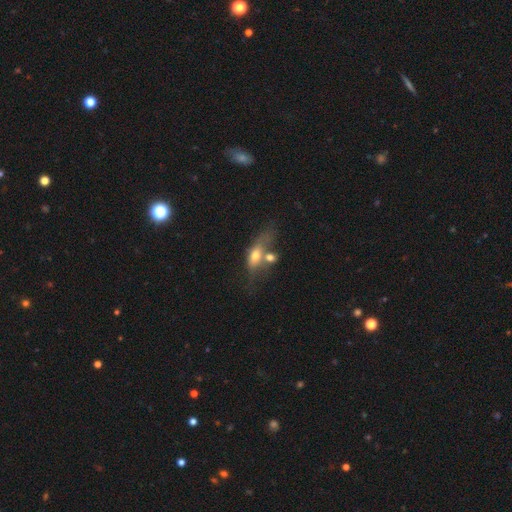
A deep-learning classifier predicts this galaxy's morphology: smooth-or-featured: smooth: 58% | featured or disk: 32% | star or artifact: 9%
  how-rounded: in between: 66% | cigar-shaped: 20% | round: 14%
  merging: merger: 47% | none: 23% | major disturbance: 15% | minor disturbance: 14%